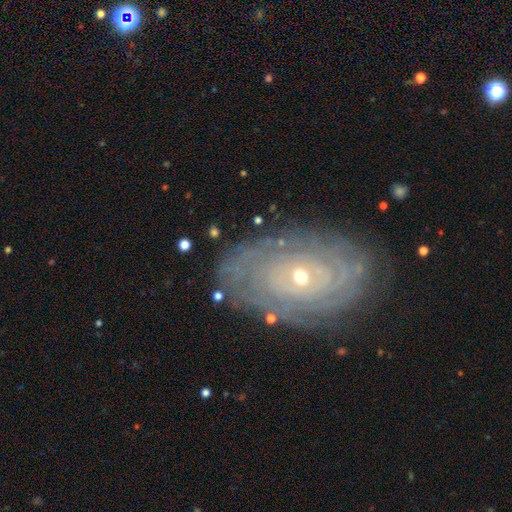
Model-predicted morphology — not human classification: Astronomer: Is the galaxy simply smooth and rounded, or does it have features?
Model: featured or disk — 82%.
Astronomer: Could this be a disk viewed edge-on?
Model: no — 94%.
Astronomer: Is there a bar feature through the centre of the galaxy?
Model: no — 82%.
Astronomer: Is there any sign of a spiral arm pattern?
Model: yes — 89%.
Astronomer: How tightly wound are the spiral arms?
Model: tight — 85%.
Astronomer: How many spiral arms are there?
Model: can't tell — 46%.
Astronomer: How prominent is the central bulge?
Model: small — 65%.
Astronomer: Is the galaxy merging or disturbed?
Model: none — 82%.